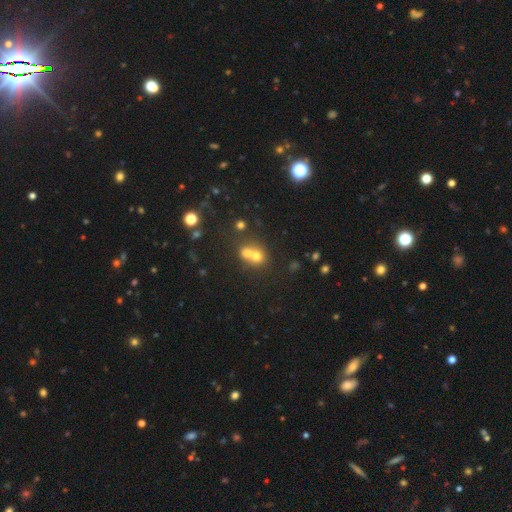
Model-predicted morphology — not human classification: Smooth or featured? smooth (66%)
How rounded? round (71%)
Merging? merger (66%)